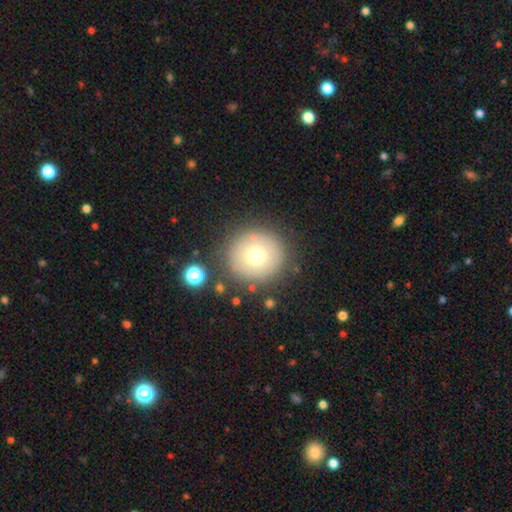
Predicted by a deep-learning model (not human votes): This is likely a smooth galaxy (68%). How rounded: clearly round (94%). Merging: clearly none (85%).